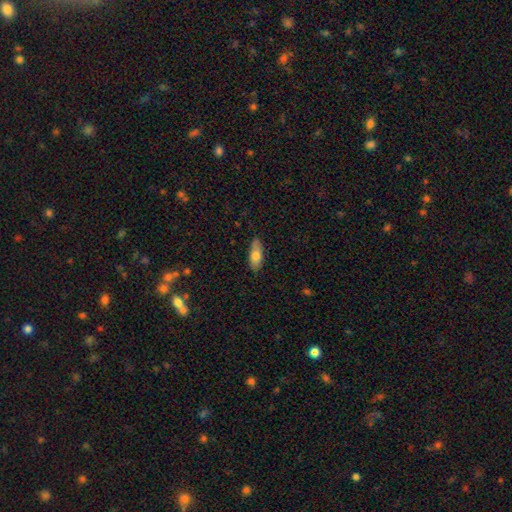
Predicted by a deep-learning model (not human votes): A smooth galaxy with no disk features (72%) that is in between round and cigar-shaped (74%). Merging: none (82%).